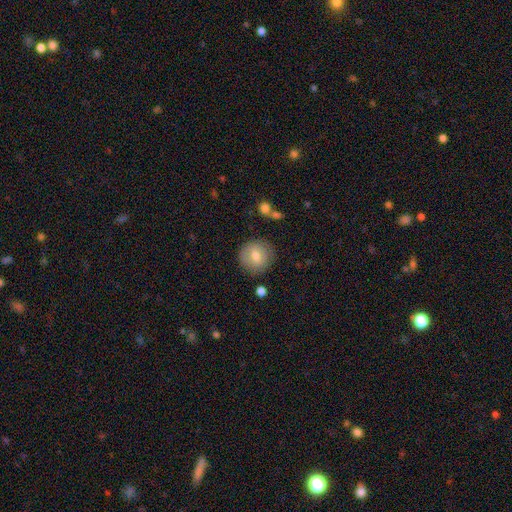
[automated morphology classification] type=smooth (73%); roundness=round (92%); merging=none (85%).